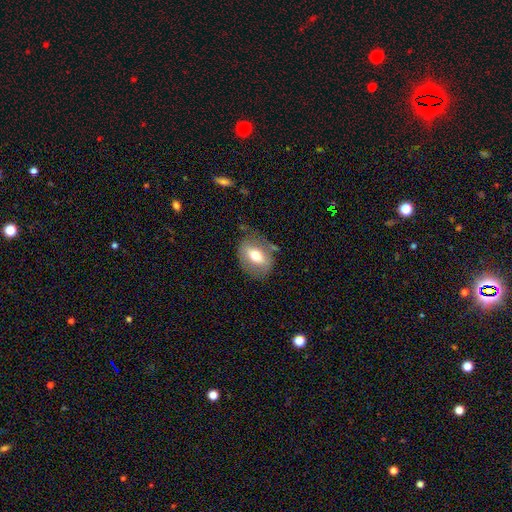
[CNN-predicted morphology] Smooth or featured? smooth (52%)
How rounded? in between (68%)
Merging? none (71%)